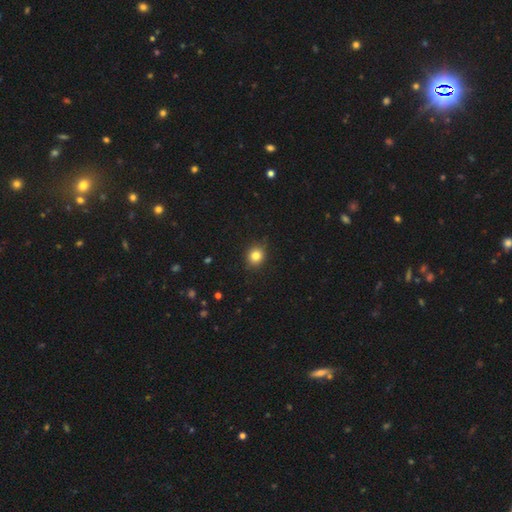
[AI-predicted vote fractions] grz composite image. It shows a smooth galaxy with no disk features (82%) that is round (76%). Merging: none (86%).